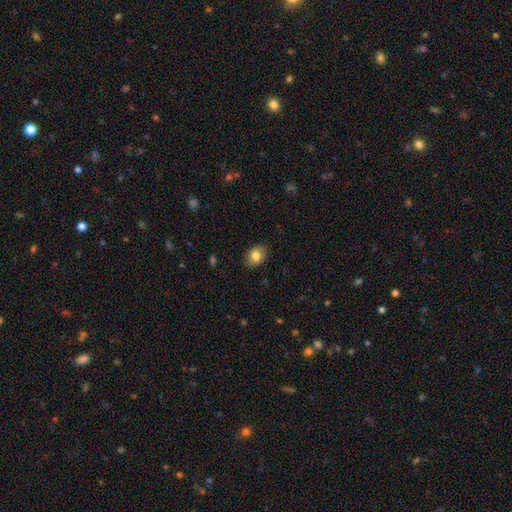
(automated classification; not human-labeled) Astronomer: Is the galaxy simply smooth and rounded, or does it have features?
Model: smooth — 82%.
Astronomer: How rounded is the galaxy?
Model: in between — 73%.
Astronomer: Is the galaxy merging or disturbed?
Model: none — 85%.